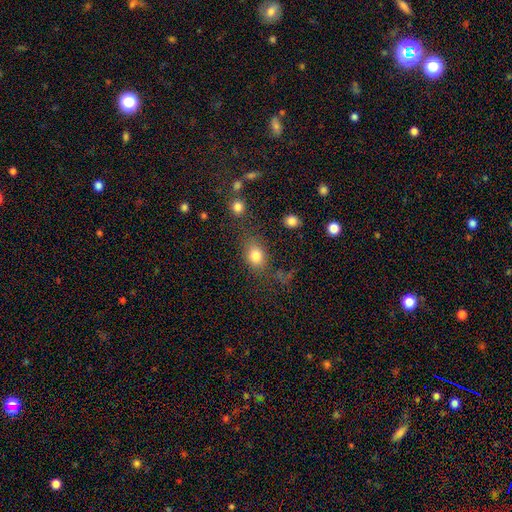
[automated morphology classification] Q: Smooth or featured?
A: smooth (81%); runner-up: star or artifact (11%)
Q: How rounded?
A: in between (61%); runner-up: round (37%)
Q: Merging?
A: none (65%); runner-up: minor disturbance (17%)